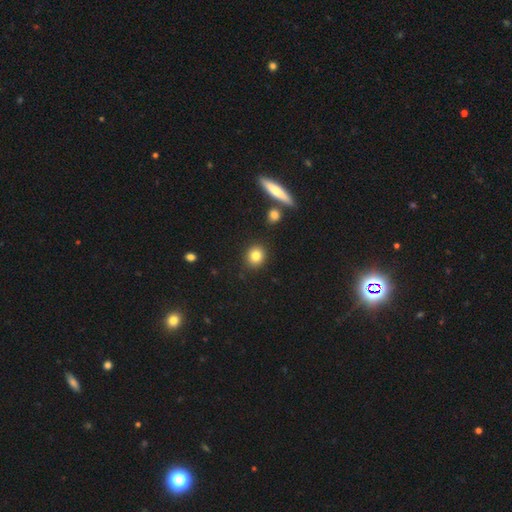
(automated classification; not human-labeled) Overall: smooth (82%). How rounded: round (77%). Merging: none (87%).